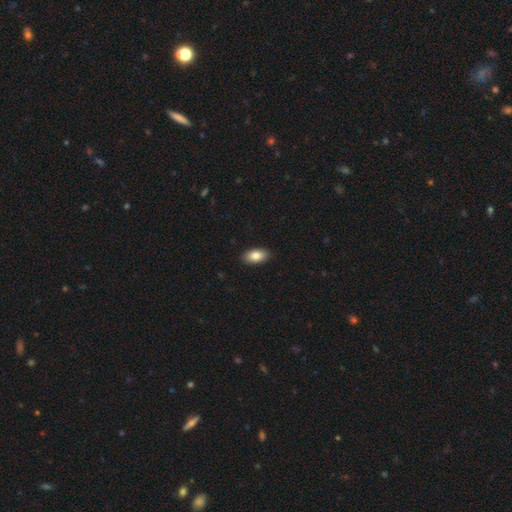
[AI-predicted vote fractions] Smooth or featured?
  - smooth: 85% *
  - featured or disk: 8%
  - star or artifact: 7%
How rounded?
  - in between: 94% *
  - round: 4%
  - cigar-shaped: 3%
Merging?
  - none: 90% *
  - minor disturbance: 8%
  - major disturbance: 2%
  - merger: 1%